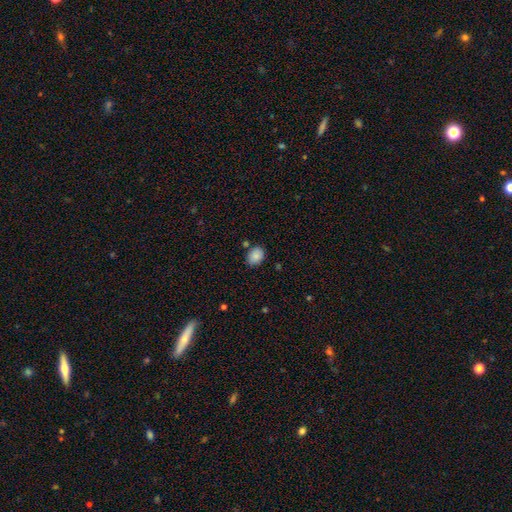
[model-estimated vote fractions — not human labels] Smooth or featured? Predicted: smooth (p=0.86). How rounded? Predicted: in between (p=0.65). Merging? Predicted: none (p=0.77).